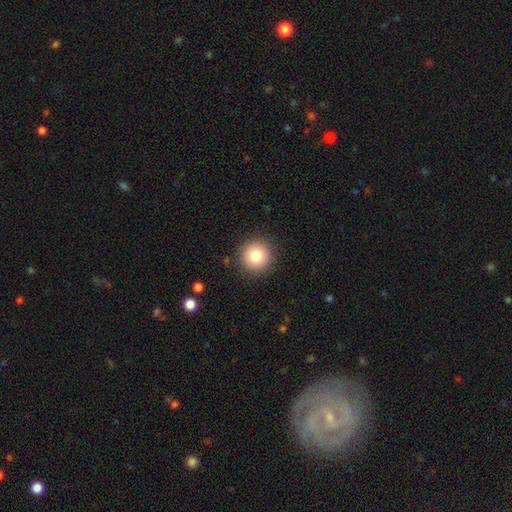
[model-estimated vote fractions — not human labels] Smooth or featured?
  - smooth: 81% *
  - star or artifact: 10%
  - featured or disk: 8%
How rounded?
  - round: 95% *
  - in between: 4%
  - cigar-shaped: 1%
Merging?
  - none: 91% *
  - minor disturbance: 6%
  - major disturbance: 2%
  - merger: 1%